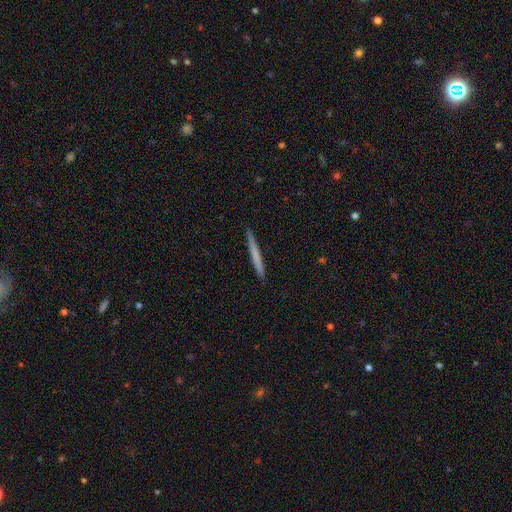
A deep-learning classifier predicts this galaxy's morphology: A smooth galaxy with no disk features (62%) that is cigar-shaped (97%). Merging: none (91%).